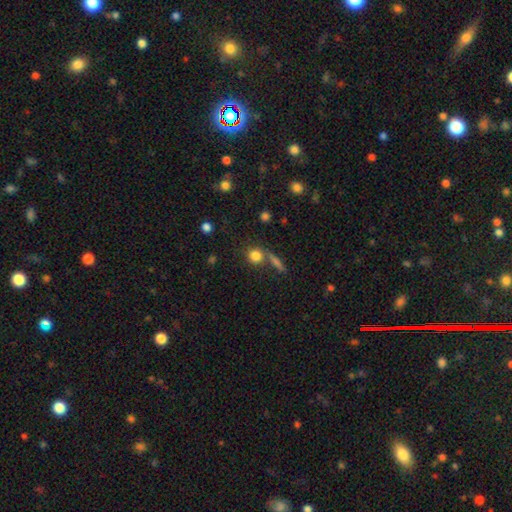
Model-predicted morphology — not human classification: The model was most divided on "merging": none: 65%, merger: 21%, minor disturbance: 10%, major disturbance: 5%. More confident: how rounded — round (86%); smooth or featured — smooth (80%).